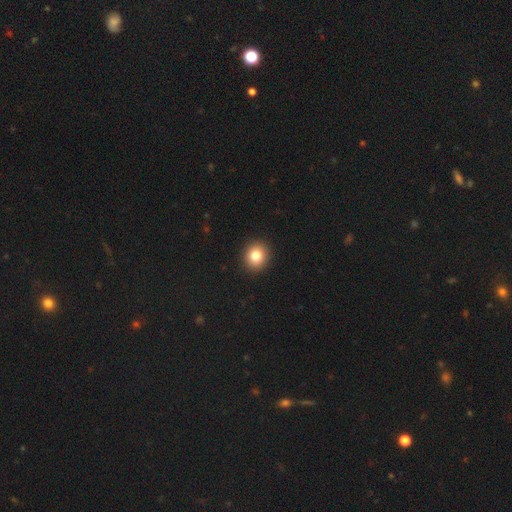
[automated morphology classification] This appears to be a smooth galaxy with no disk features (83%) that is round (82%). Merging: none (92%).